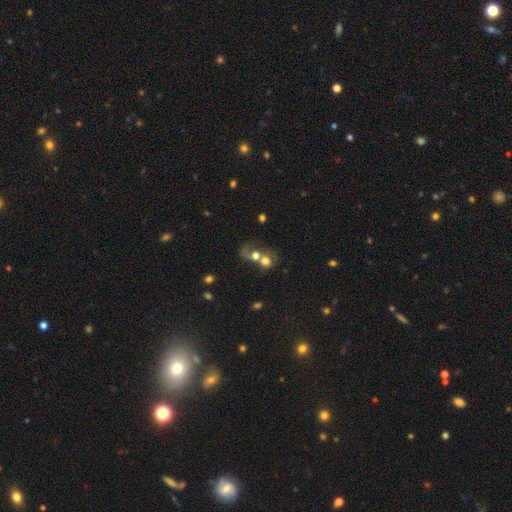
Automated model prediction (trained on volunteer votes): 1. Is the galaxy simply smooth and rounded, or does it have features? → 58% smooth, 28% featured or disk, 14% star or artifact.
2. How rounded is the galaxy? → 64% round, 34% in between, 2% cigar-shaped.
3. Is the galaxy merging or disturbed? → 70% merger, 15% none, 9% major disturbance, 6% minor disturbance.